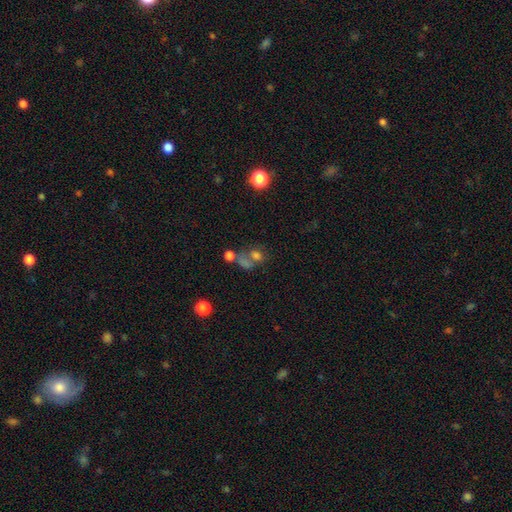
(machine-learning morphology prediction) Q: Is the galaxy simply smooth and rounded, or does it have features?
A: smooth — 59%.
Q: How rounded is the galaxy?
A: round — 53%.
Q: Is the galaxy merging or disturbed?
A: merger — 43%.